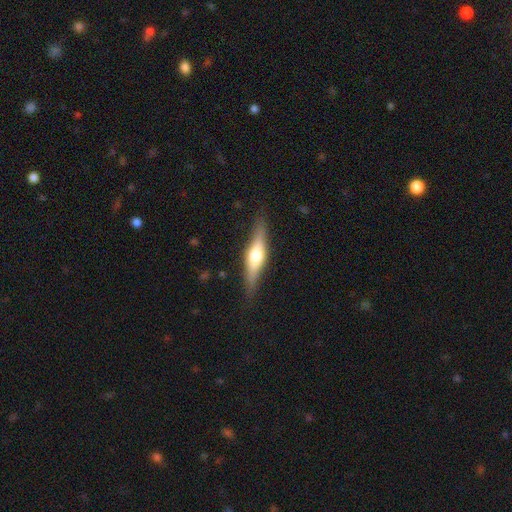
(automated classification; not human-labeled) A featured or disk galaxy (59%) viewed edge-on (94%) with a rounded central bulge (87%). Merging: none (85%).